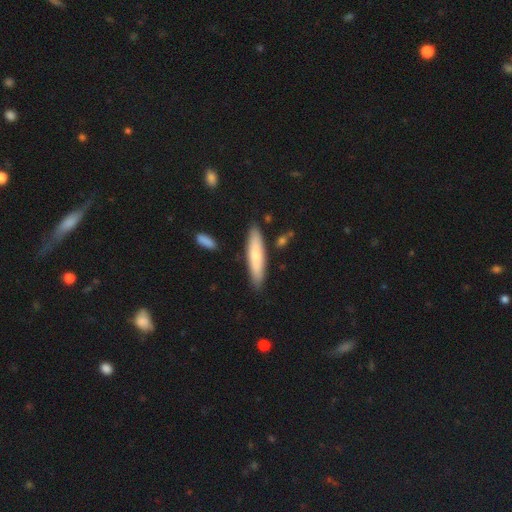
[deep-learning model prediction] smooth_or_featured: smooth (p=0.70) [alt: featured or disk p=0.24]
how_rounded: cigar-shaped (p=0.81) [alt: in between p=0.18]
merging: none (p=0.85) [alt: minor disturbance p=0.10]